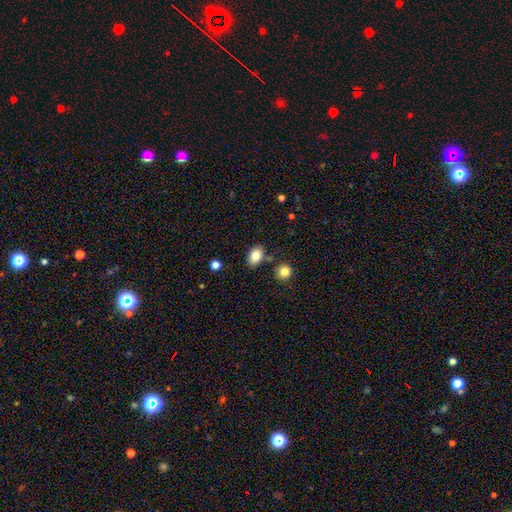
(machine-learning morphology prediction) Q: Smooth or featured?
A: smooth (84%); runner-up: star or artifact (9%)
Q: How rounded?
A: in between (83%); runner-up: round (16%)
Q: Merging?
A: none (79%); runner-up: minor disturbance (12%)